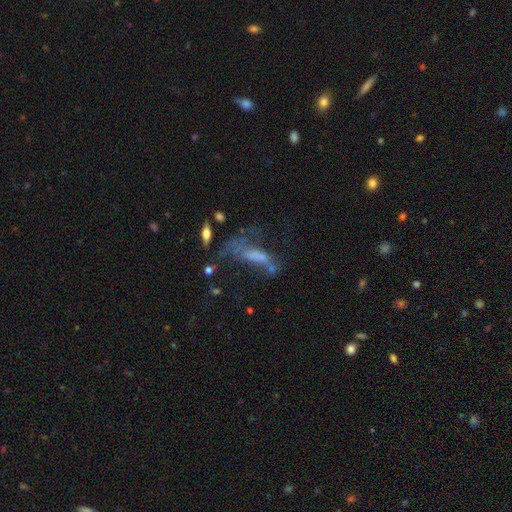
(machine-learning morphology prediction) smooth_or_featured: featured or disk (p=0.42) [alt: smooth p=0.39]
merging: major disturbance (p=0.40) [alt: none p=0.25]